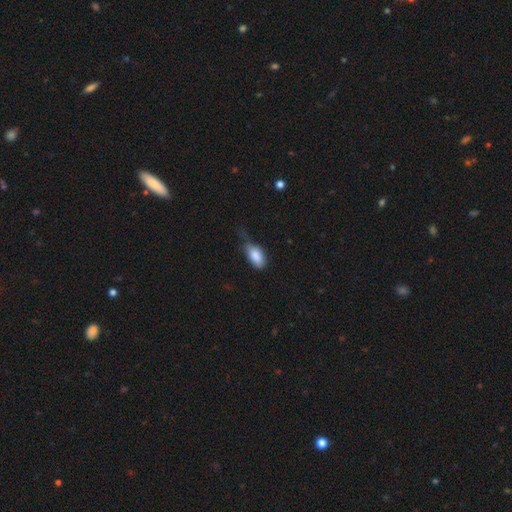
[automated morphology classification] Smooth or featured?
  - smooth: 85% *
  - featured or disk: 7%
  - star or artifact: 7%
How rounded?
  - in between: 92% *
  - cigar-shaped: 5%
  - round: 4%
Merging?
  - minor disturbance: 44% *
  - none: 30%
  - major disturbance: 23%
  - merger: 3%